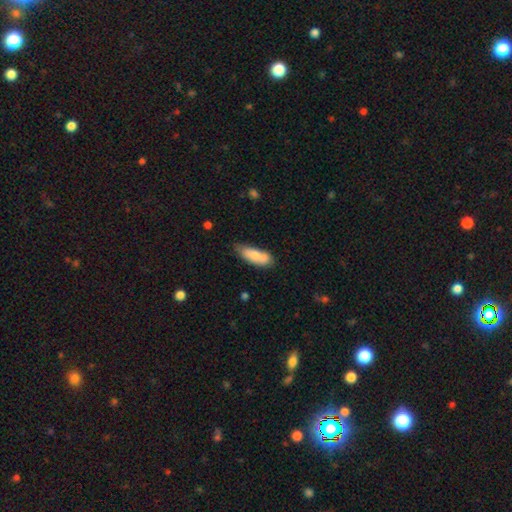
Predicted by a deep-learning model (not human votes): Morphology: type=smooth (76%); roundness=in between (68%); merging=none (52%).